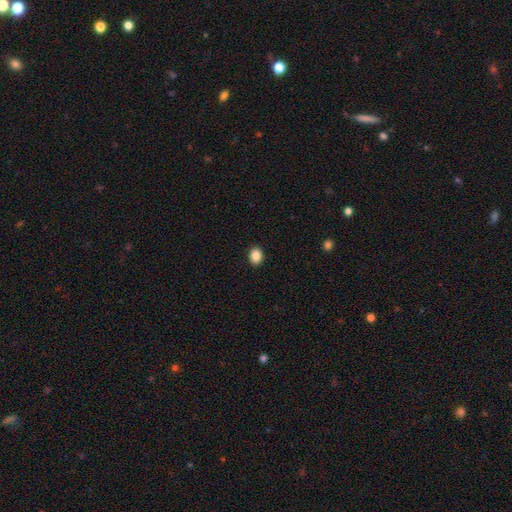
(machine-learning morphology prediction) smooth-or-featured: smooth: 87% | star or artifact: 9% | featured or disk: 4%
  how-rounded: in between: 57% | round: 43% | cigar-shaped: 1%
  merging: none: 91% | minor disturbance: 6% | major disturbance: 2% | merger: 1%